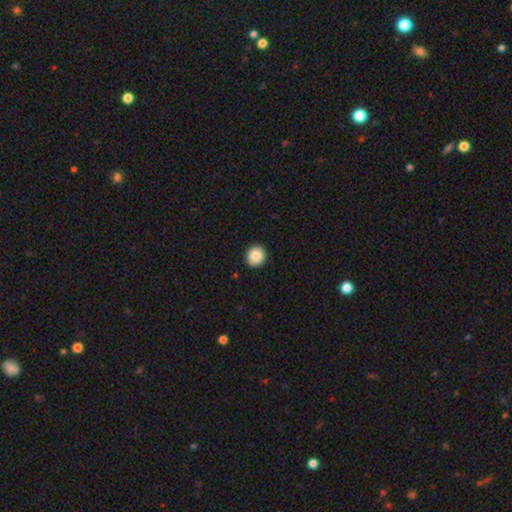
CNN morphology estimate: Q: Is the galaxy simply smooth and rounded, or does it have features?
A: smooth — 87%.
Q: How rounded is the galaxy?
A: round — 88%.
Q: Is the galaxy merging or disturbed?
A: none — 90%.